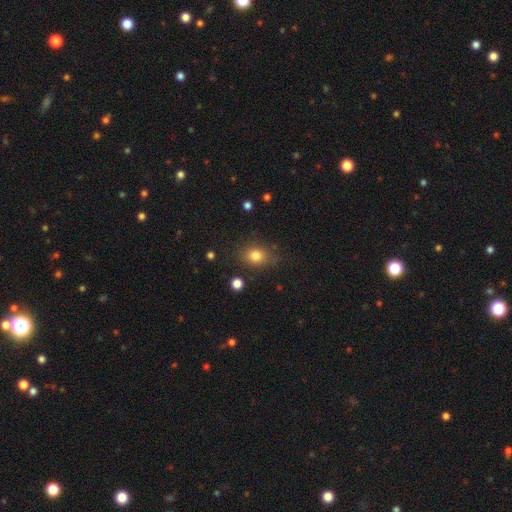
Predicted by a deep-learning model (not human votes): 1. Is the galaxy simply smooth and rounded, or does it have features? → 80% smooth, 12% star or artifact, 8% featured or disk.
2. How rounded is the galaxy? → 50% in between, 48% round, 1% cigar-shaped.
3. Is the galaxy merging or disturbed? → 77% none, 15% minor disturbance, 5% major disturbance, 3% merger.